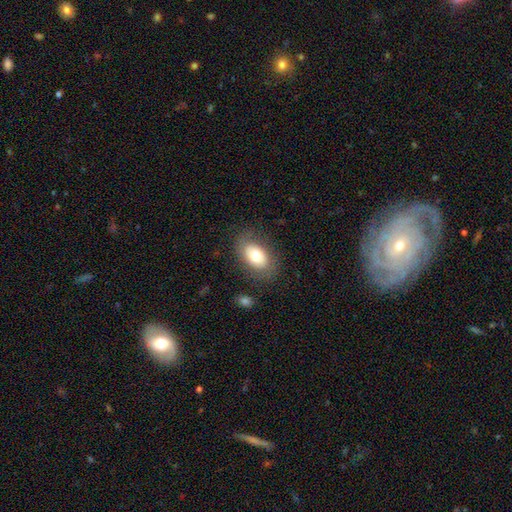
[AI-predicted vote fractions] smooth_or_featured: smooth (p=0.70) [alt: featured or disk p=0.22]
how_rounded: in between (p=0.88) [alt: round p=0.11]
merging: none (p=0.79) [alt: minor disturbance p=0.14]